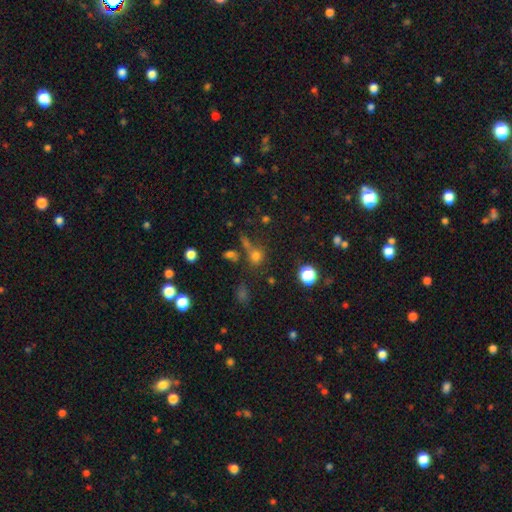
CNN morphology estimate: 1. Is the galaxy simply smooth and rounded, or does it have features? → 68% smooth, 23% star or artifact, 10% featured or disk.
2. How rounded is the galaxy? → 77% round, 20% in between, 2% cigar-shaped.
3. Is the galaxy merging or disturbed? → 55% none, 22% merger, 13% minor disturbance, 9% major disturbance.